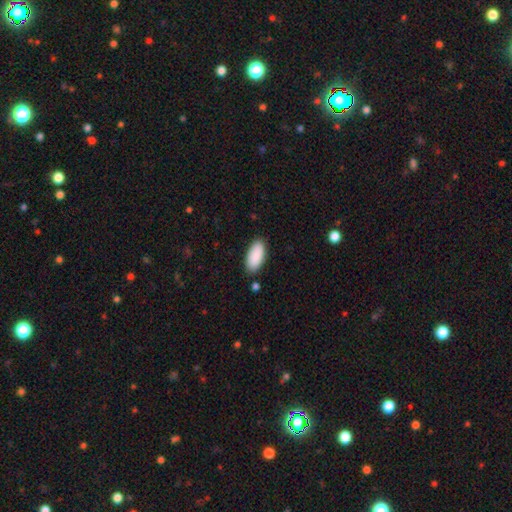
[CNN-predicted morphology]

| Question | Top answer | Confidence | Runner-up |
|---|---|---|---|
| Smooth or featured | smooth | 91% | star or artifact (6%) |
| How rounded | in between | 92% | cigar-shaped (7%) |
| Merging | none | 86% | minor disturbance (10%) |